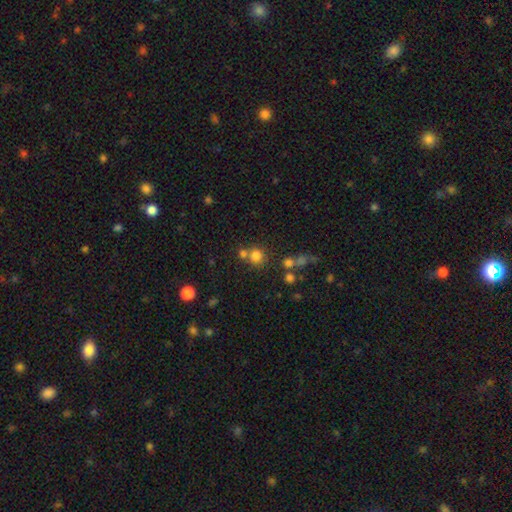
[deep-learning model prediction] This is likely a smooth galaxy (75%). How rounded: clearly round (89%). Merging: likely none (61%).